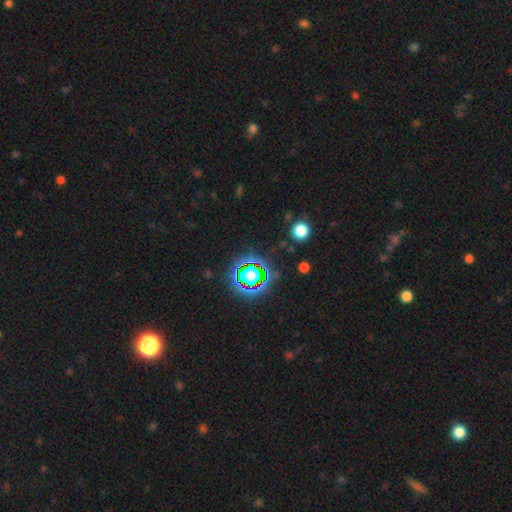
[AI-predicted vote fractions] This appears to be a star or artifact, not a galaxy (79%).